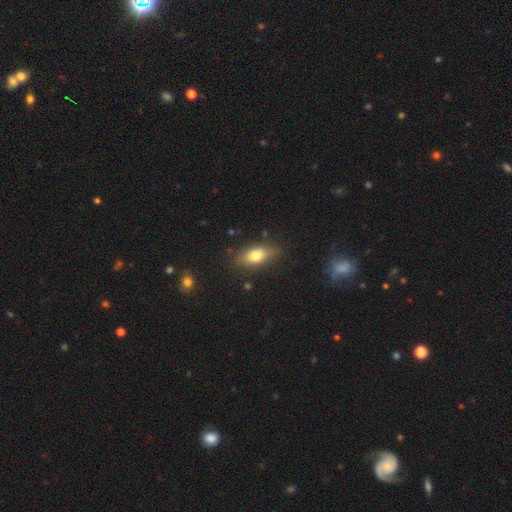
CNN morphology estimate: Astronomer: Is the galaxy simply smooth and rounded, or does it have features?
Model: smooth — 75%.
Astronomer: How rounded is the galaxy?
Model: in between — 83%.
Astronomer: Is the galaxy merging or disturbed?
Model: none — 80%.